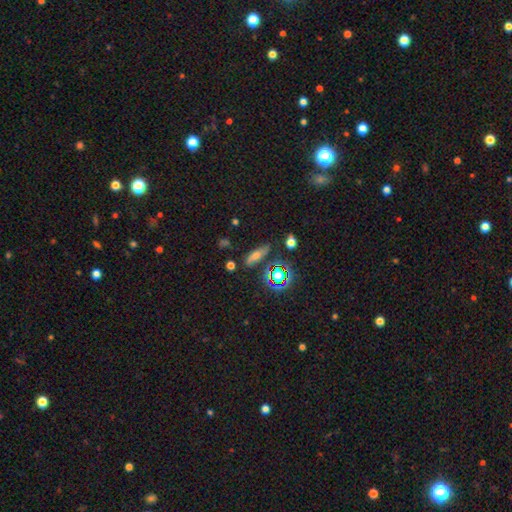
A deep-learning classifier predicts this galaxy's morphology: Q: Smooth or featured?
A: smooth (42%); runner-up: star or artifact (32%)
Q: Merging?
A: none (77%); runner-up: minor disturbance (13%)